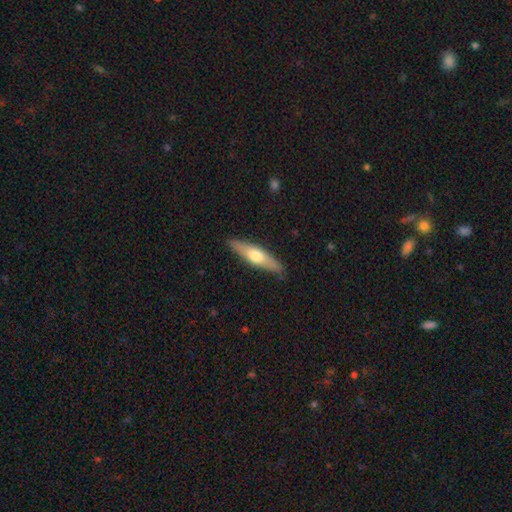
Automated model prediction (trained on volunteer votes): Smooth or featured? smooth (49%)
Merging? none (87%)